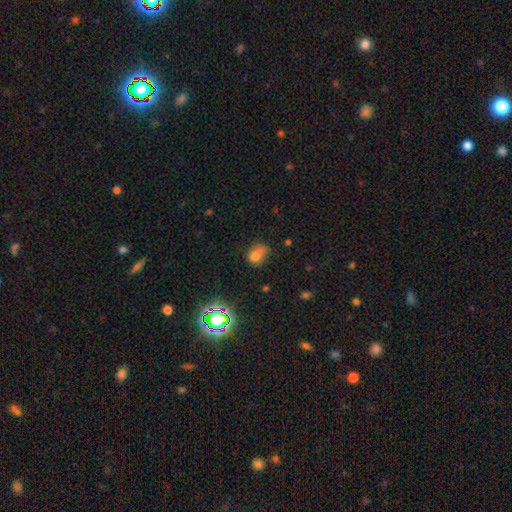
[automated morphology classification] type=smooth (69%); roundness=in between (60%); merging=none (40%).